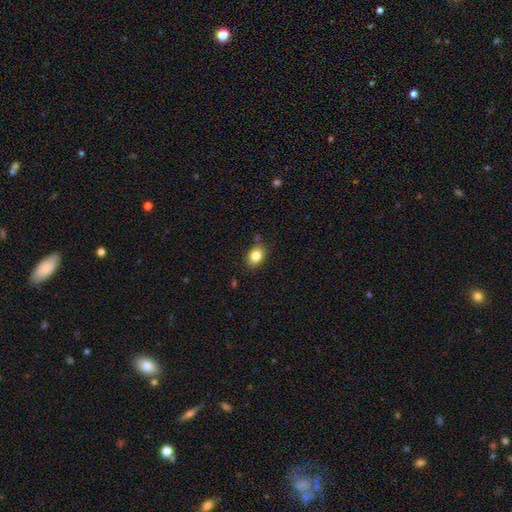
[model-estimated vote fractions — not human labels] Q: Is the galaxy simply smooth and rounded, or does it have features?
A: smooth — 82%.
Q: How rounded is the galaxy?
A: in between — 67%.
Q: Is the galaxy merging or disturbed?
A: none — 82%.